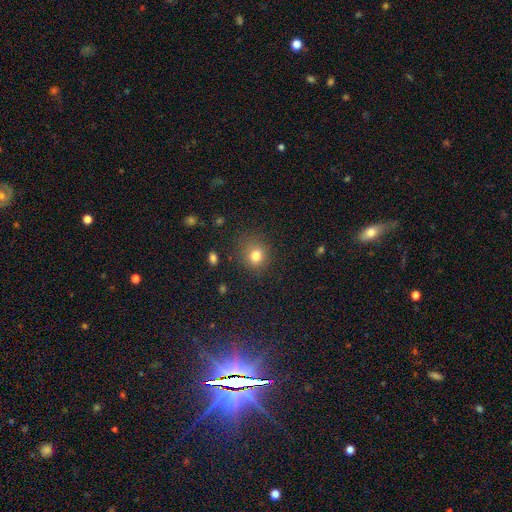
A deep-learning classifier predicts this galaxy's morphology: smooth_or_featured: smooth (p=0.79) [alt: star or artifact p=0.14]
how_rounded: round (p=0.76) [alt: in between p=0.23]
merging: none (p=0.78) [alt: minor disturbance p=0.14]